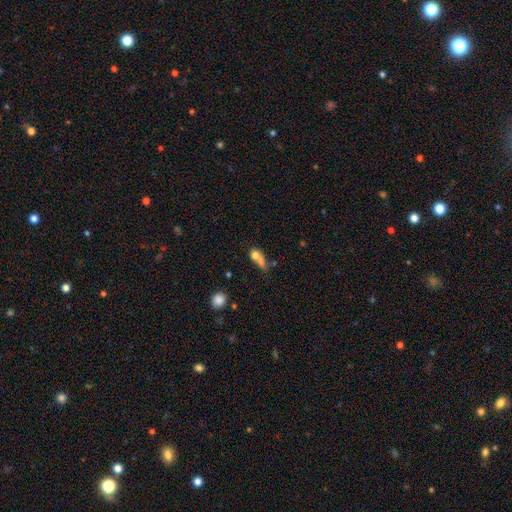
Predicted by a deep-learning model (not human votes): Smooth or featured? smooth (70%)
How rounded? round (48%)
Merging? merger (50%)